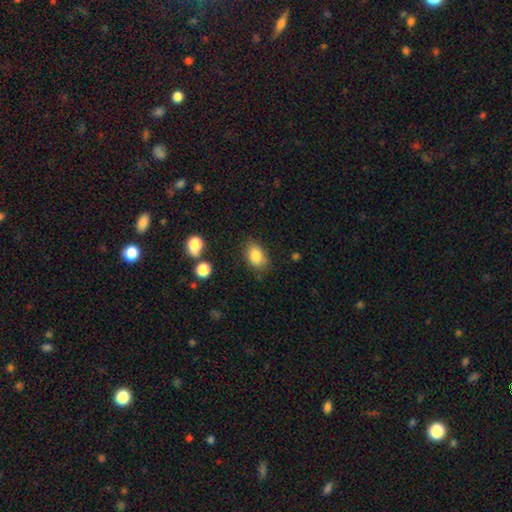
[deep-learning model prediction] The model was most divided on "merging": none: 78%, minor disturbance: 15%, major disturbance: 4%, merger: 2%. More confident: smooth or featured — smooth (85%); how rounded — in between (82%).